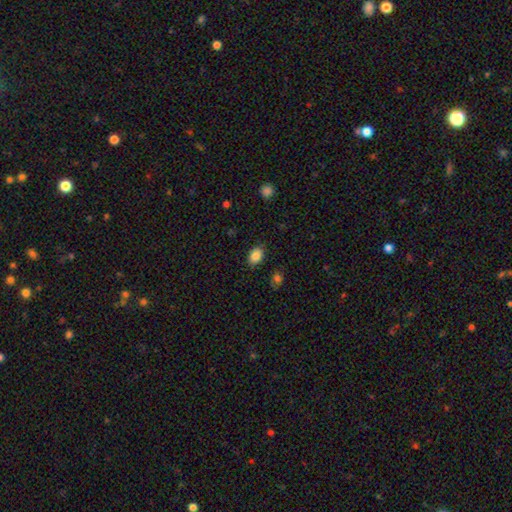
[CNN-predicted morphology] Smooth or featured? smooth (86%)
How rounded? in between (79%)
Merging? none (86%)